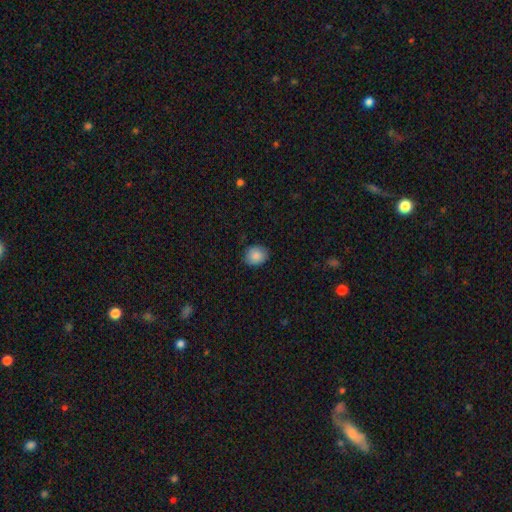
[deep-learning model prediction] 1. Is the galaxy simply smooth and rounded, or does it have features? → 87% smooth, 8% star or artifact, 5% featured or disk.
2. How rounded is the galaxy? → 66% round, 33% in between, 1% cigar-shaped.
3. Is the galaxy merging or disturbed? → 86% none, 11% minor disturbance, 2% major disturbance, 1% merger.